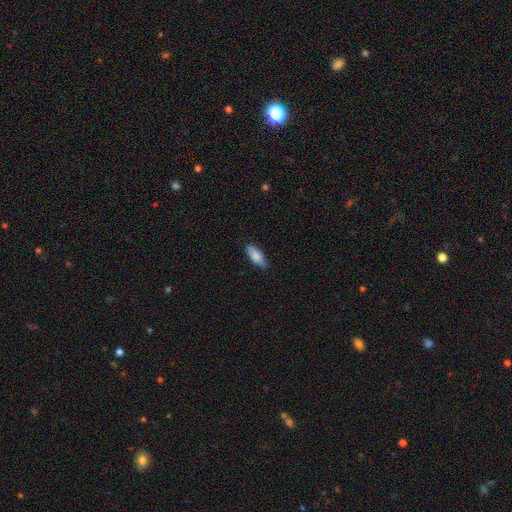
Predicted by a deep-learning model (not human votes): Overall: smooth (85%). How rounded: in between (74%). Merging: none (85%).